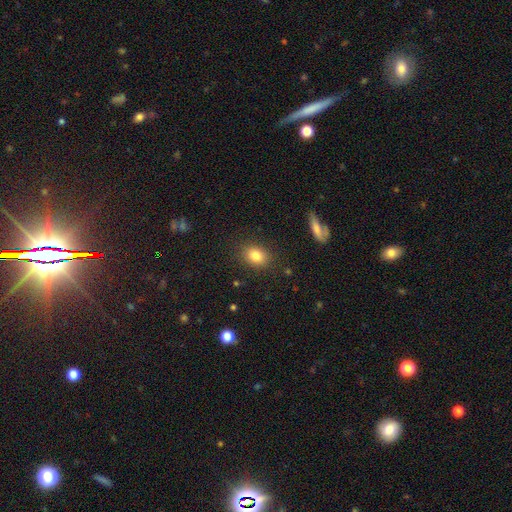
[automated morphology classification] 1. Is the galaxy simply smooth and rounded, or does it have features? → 83% smooth, 10% star or artifact, 7% featured or disk.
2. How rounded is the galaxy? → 60% in between, 38% round, 1% cigar-shaped.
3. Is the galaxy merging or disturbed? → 86% none, 10% minor disturbance, 3% major disturbance, 2% merger.